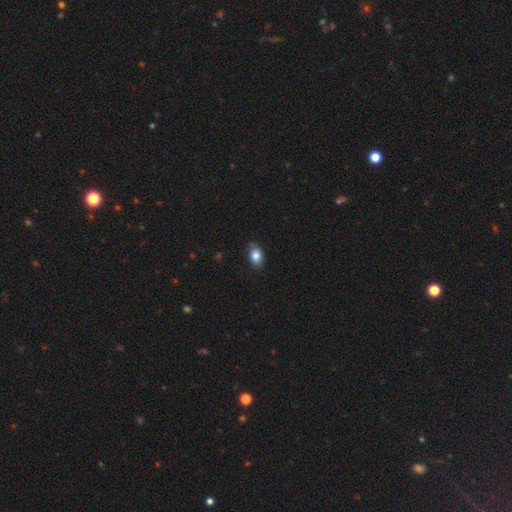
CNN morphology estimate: Smooth or featured? smooth (85%)
How rounded? in between (85%)
Merging? none (83%)